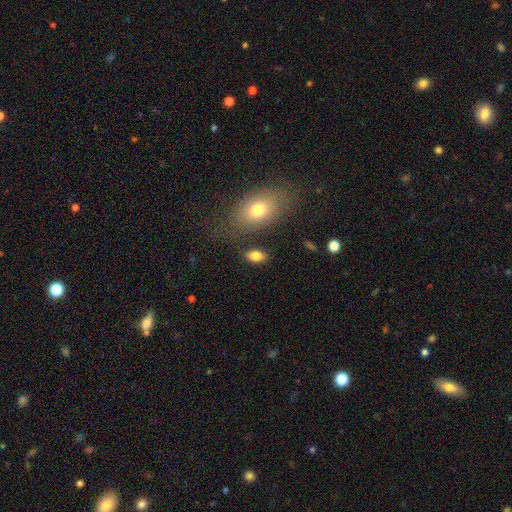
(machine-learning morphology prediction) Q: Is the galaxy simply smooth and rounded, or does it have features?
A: smooth — 81%.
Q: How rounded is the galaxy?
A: in between — 88%.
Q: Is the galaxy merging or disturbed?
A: none — 79%.